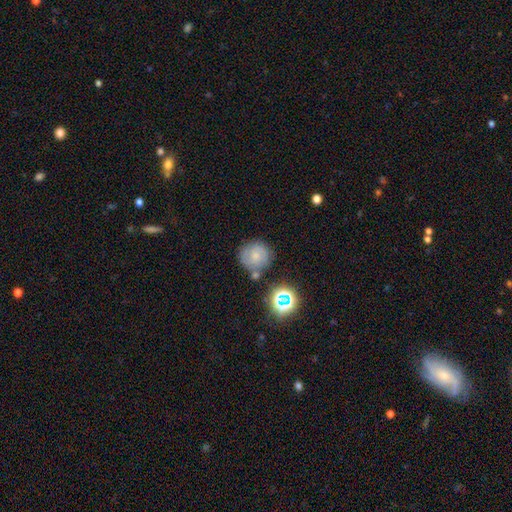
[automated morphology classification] smooth-or-featured: smooth: 47% | featured or disk: 40% | star or artifact: 13%
  merging: none: 67% | minor disturbance: 16% | merger: 12% | major disturbance: 5%